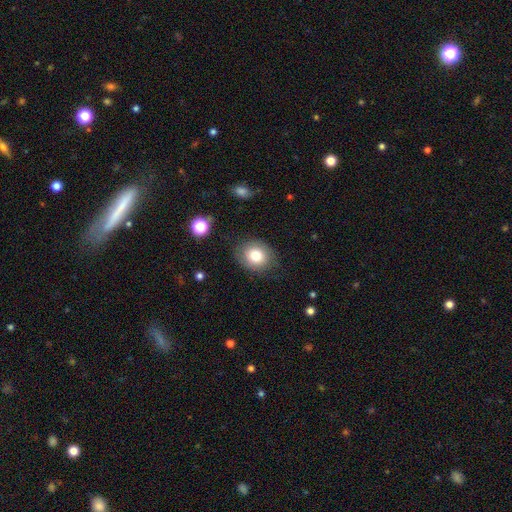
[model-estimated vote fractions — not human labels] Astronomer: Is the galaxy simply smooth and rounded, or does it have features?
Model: smooth — 76%.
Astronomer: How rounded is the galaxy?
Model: round — 66%.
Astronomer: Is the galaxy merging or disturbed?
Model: none — 79%.